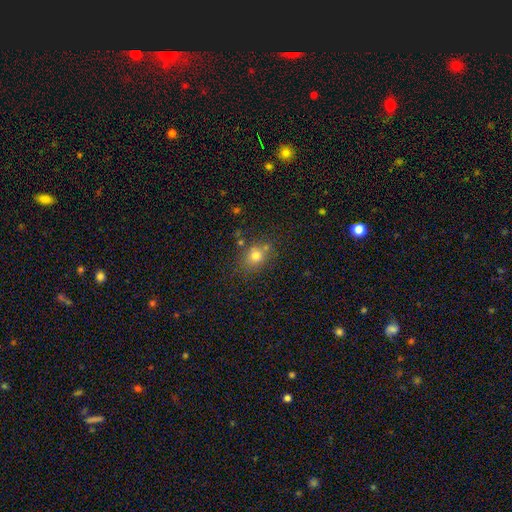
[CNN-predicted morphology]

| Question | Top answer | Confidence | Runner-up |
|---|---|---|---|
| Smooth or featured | smooth | 75% | star or artifact (15%) |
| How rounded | round | 64% | in between (35%) |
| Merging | none | 71% | minor disturbance (14%) |